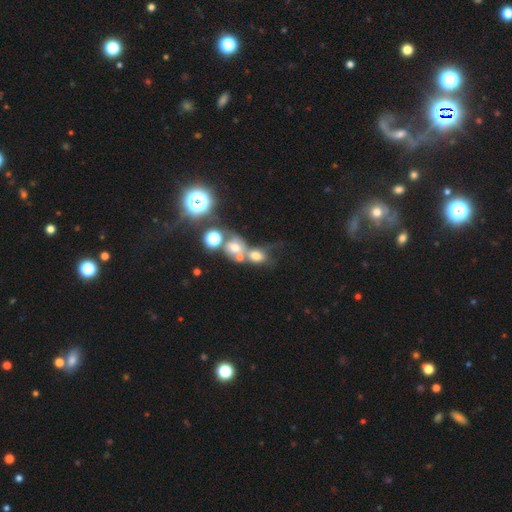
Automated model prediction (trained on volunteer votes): The model was most divided on "how rounded": round: 51%, in between: 47%, cigar-shaped: 2%. More confident: merging — merger (57%); smooth or featured — smooth (57%).